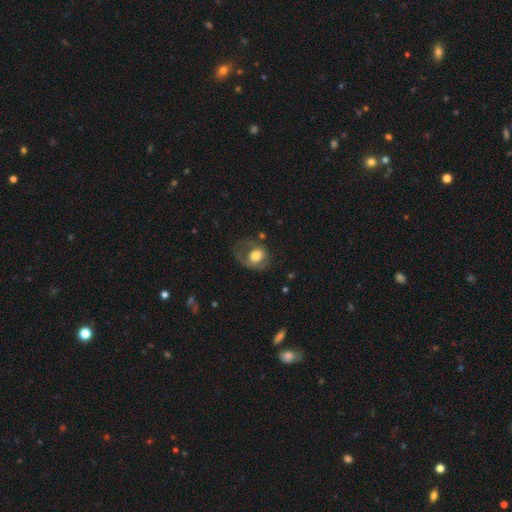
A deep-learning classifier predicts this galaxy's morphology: Smooth or featured: smooth — 55% (featured or disk — 37%)
How rounded: round — 52% (in between — 47%)
Merging: none — 41% (major disturbance — 33%)